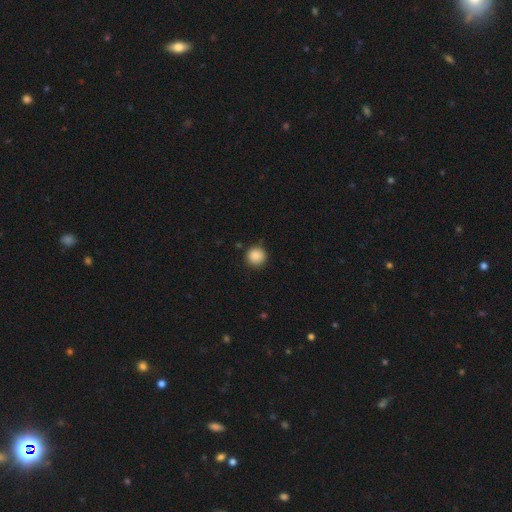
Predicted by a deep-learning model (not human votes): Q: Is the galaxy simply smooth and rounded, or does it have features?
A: smooth — 88%.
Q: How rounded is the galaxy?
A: round — 94%.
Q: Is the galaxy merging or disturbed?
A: none — 87%.